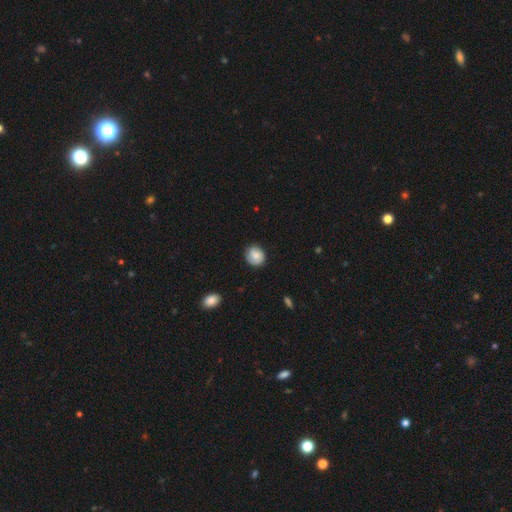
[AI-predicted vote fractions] Overall: smooth (68%). How rounded: round (80%). Merging: none (81%).